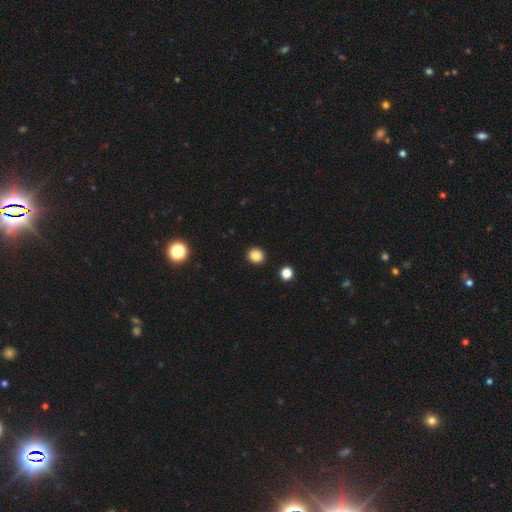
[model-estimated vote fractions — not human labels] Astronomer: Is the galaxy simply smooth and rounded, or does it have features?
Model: smooth — 86%.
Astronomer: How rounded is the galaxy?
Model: round — 80%.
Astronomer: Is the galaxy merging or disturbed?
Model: none — 91%.